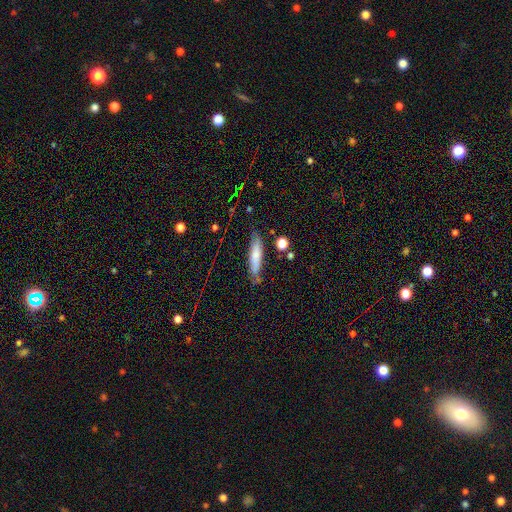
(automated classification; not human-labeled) The model was most divided on "smooth or featured": smooth: 68%, featured or disk: 25%, star or artifact: 7%. More confident: how rounded — cigar-shaped (79%); merging — none (74%).